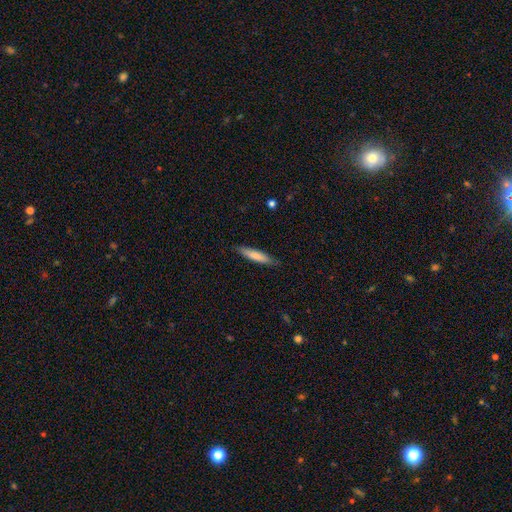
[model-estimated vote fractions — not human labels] Smooth or featured: smooth — 77% (featured or disk — 18%)
How rounded: cigar-shaped — 85% (in between — 14%)
Merging: none — 86% (minor disturbance — 11%)